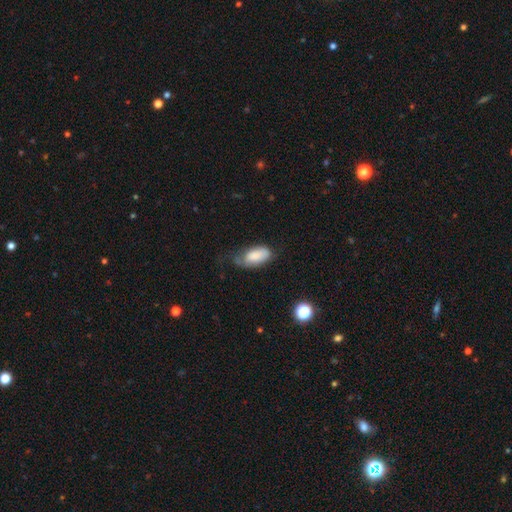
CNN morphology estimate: Q: Smooth or featured?
A: smooth (78%); runner-up: featured or disk (15%)
Q: How rounded?
A: in between (92%); runner-up: cigar-shaped (5%)
Q: Merging?
A: minor disturbance (39%); runner-up: none (38%)